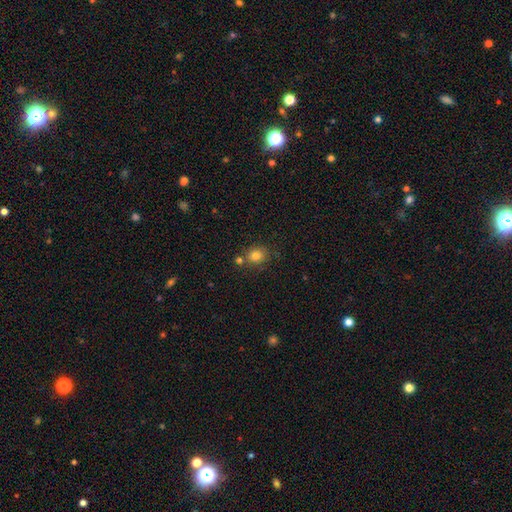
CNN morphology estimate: Smooth or featured: smooth — 81% (star or artifact — 11%)
How rounded: round — 66% (in between — 33%)
Merging: none — 67% (merger — 16%)